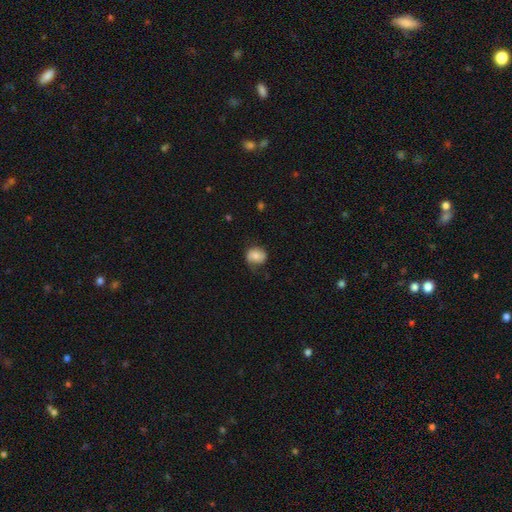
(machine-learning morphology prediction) smooth 70%, featured or disk 22%, star or artifact 8%. Down the decision tree: how rounded — round (65%); merging — none (61%).